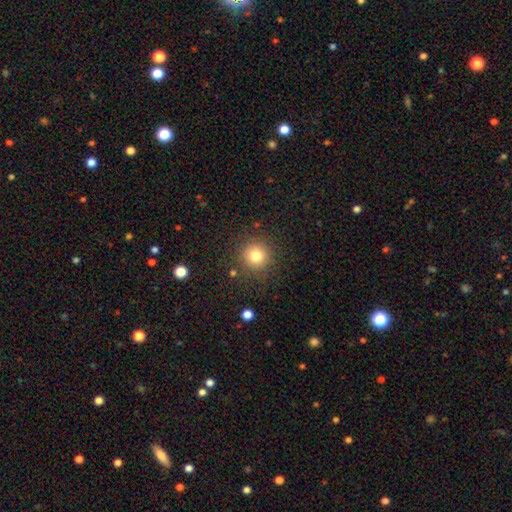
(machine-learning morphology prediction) A smooth galaxy with no disk features (79%) that is round (94%). Merging: none (88%).